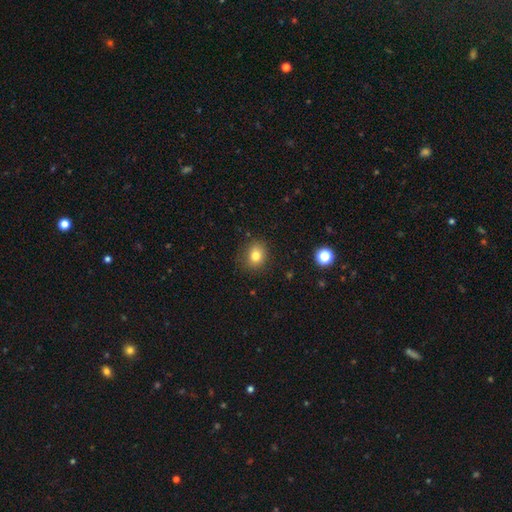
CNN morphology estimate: Q: Smooth or featured?
A: smooth (80%); runner-up: star or artifact (12%)
Q: How rounded?
A: round (68%); runner-up: in between (31%)
Q: Merging?
A: none (82%); runner-up: minor disturbance (13%)